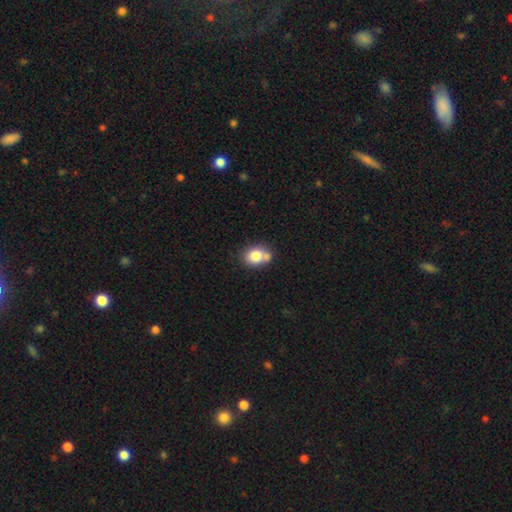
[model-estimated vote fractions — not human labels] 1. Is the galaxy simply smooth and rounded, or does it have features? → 78% smooth, 13% featured or disk, 9% star or artifact.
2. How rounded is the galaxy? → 55% in between, 44% round, 1% cigar-shaped.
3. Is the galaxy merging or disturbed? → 49% none, 29% merger, 17% minor disturbance, 5% major disturbance.